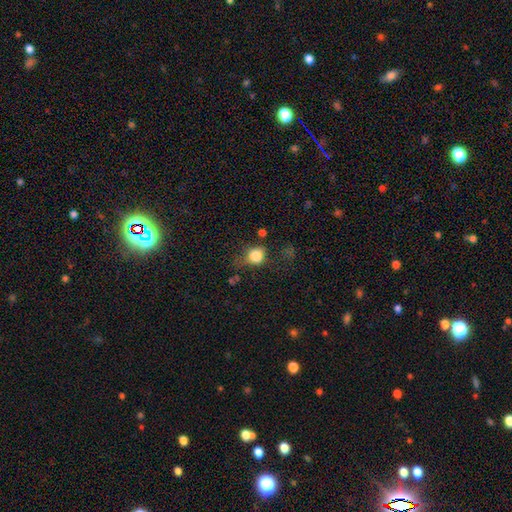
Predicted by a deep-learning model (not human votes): Smooth or featured?
  - smooth: 80% *
  - star or artifact: 11%
  - featured or disk: 9%
How rounded?
  - round: 62% *
  - in between: 37%
  - cigar-shaped: 2%
Merging?
  - none: 49% *
  - minor disturbance: 29%
  - major disturbance: 18%
  - merger: 4%